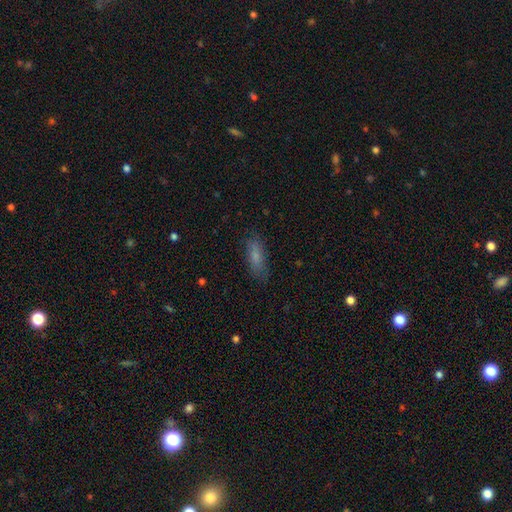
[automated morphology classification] The model was most divided on "how rounded": in between: 59%, cigar-shaped: 38%, round: 2%. More confident: merging — none (79%); smooth or featured — smooth (75%).